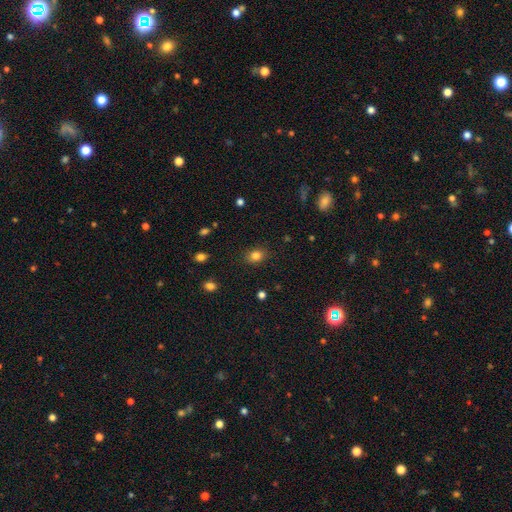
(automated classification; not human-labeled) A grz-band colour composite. It shows a smooth galaxy with no disk features (82%) that is in between round and cigar-shaped (51%). Merging: none (87%).